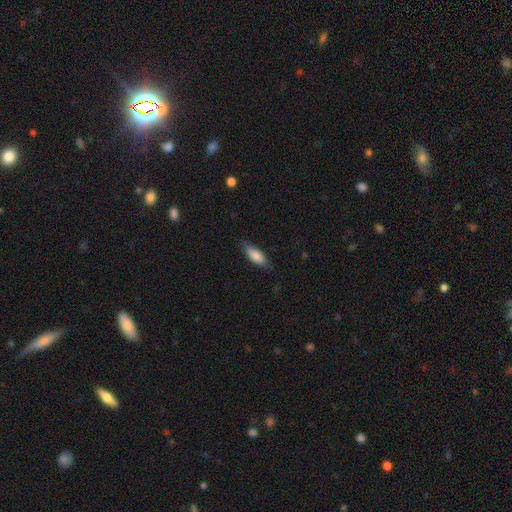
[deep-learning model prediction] Q: Smooth or featured?
A: smooth (83%); runner-up: featured or disk (11%)
Q: How rounded?
A: in between (70%); runner-up: cigar-shaped (28%)
Q: Merging?
A: none (76%); runner-up: minor disturbance (19%)